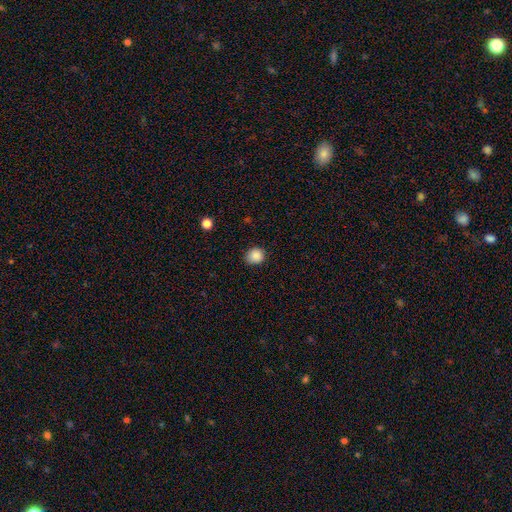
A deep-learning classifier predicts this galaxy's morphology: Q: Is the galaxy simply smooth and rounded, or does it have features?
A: smooth — 87%.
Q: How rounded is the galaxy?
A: round — 79%.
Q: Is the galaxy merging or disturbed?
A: none — 81%.